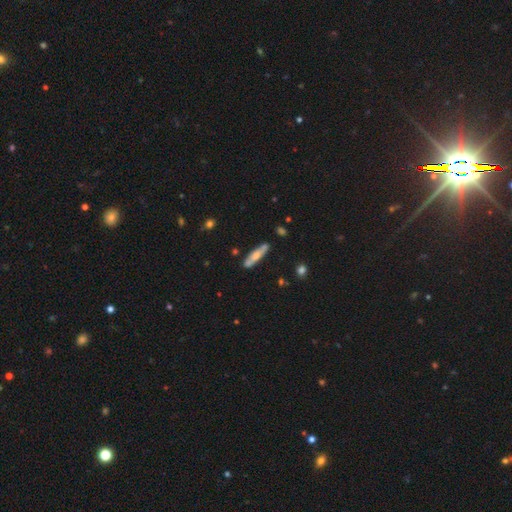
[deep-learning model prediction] A smooth galaxy with no disk features (53%) that is cigar-shaped (81%). Merging: none (79%).